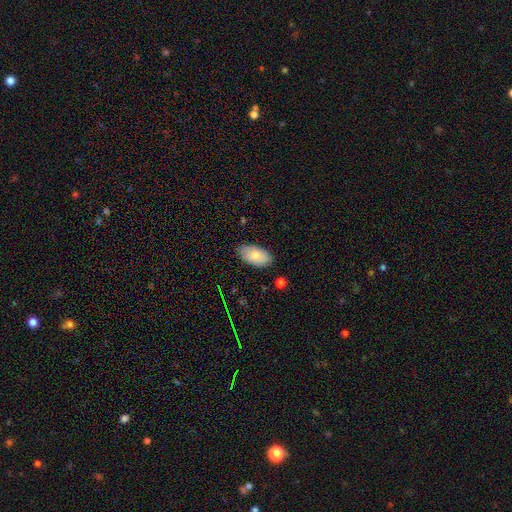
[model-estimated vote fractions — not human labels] A smooth galaxy with no disk features (78%) that is in between round and cigar-shaped (95%).

Vote fractions:
- Smooth or featured? smooth: 78% / featured or disk: 15% / star or artifact: 7%
- How rounded? in between: 95% / round: 3% / cigar-shaped: 2%
- Merging? none: 80% / minor disturbance: 16% / major disturbance: 3% / merger: 1%